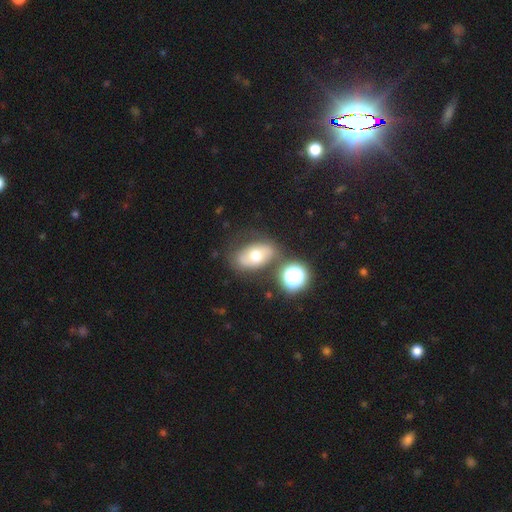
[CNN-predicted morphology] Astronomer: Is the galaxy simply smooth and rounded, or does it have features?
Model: smooth — 54% (runner-up: featured or disk, 34%).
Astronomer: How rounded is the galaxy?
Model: in between — 81%.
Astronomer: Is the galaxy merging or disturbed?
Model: none — 65%.